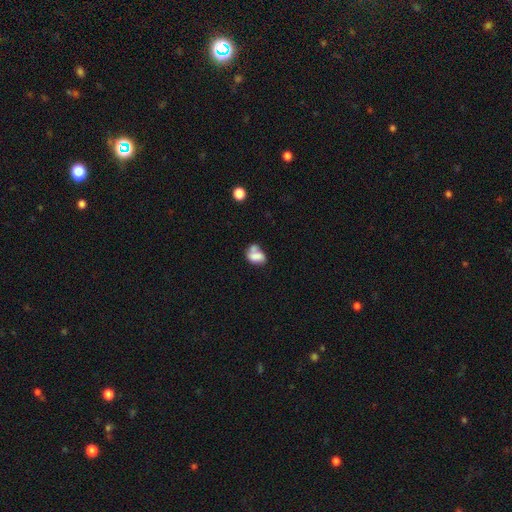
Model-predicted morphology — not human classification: The model was most divided on "merging": merger: 45%, none: 24%, minor disturbance: 18%, major disturbance: 13%. More confident: how rounded — in between (80%); smooth or featured — smooth (68%).